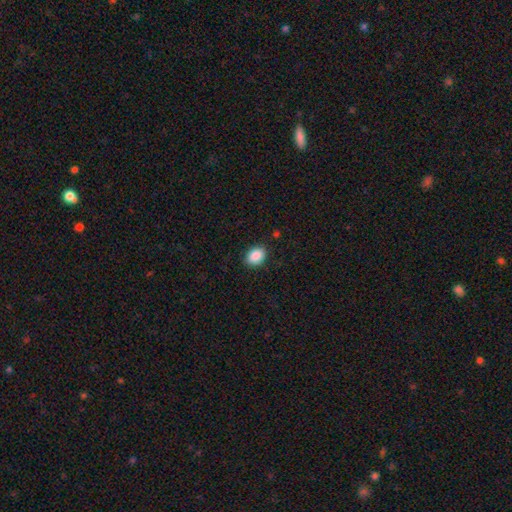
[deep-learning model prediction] Smooth or featured?
  - smooth: 89% *
  - star or artifact: 8%
  - featured or disk: 4%
How rounded?
  - in between: 75% *
  - round: 24%
  - cigar-shaped: 1%
Merging?
  - none: 86% *
  - minor disturbance: 10%
  - major disturbance: 2%
  - merger: 1%